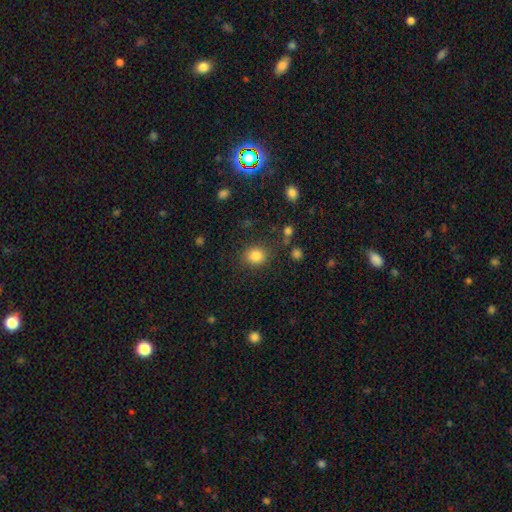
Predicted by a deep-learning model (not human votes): Overall: smooth (84%). How rounded: round (73%). Merging: none (83%).